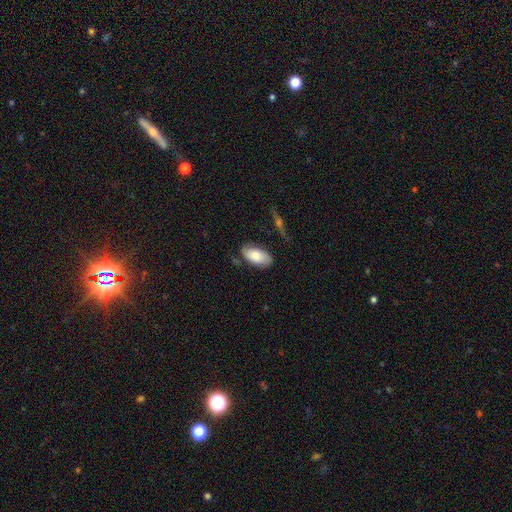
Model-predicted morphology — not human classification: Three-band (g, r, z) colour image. It shows a smooth galaxy with no disk features (74%) that is in between round and cigar-shaped (94%). Merging: none (69%).